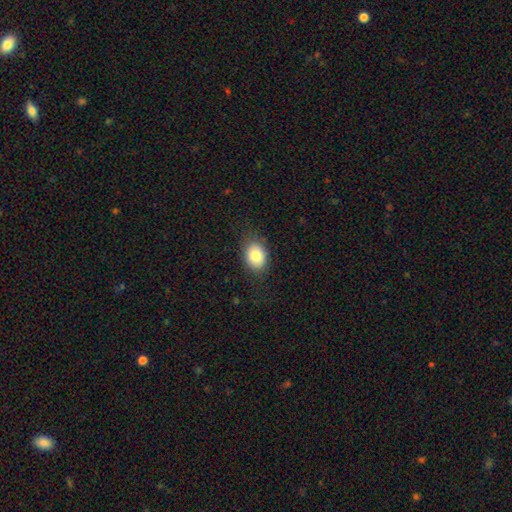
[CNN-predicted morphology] A smooth galaxy with no disk features (81%) that is in between round and cigar-shaped (61%).

Vote fractions:
- Smooth or featured? smooth: 81% / featured or disk: 10% / star or artifact: 9%
- How rounded? in between: 61% / round: 38% / cigar-shaped: 1%
- Merging? none: 82% / minor disturbance: 13% / major disturbance: 4% / merger: 1%